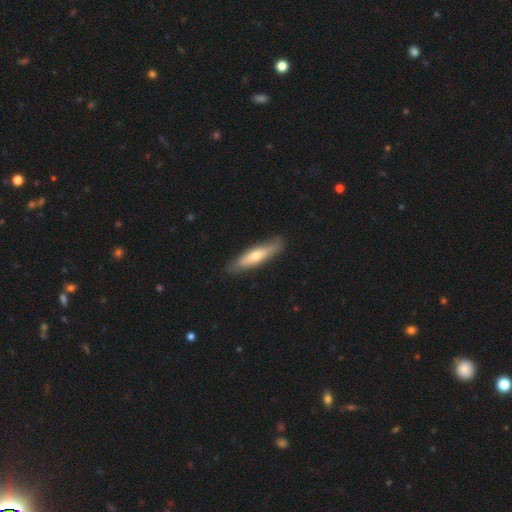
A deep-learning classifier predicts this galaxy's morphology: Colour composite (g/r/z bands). It shows a smooth galaxy with no disk features (54%) that is cigar-shaped (80%). Merging: none (85%).